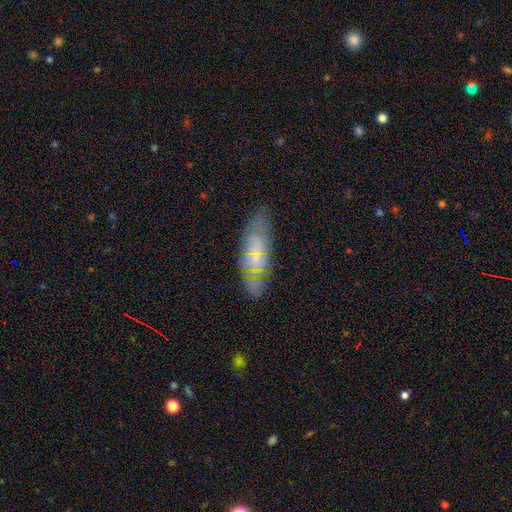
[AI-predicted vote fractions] The model was most divided on "smooth or featured": featured or disk: 46%, smooth: 39%, star or artifact: 14%. More confident: merging — none (74%).